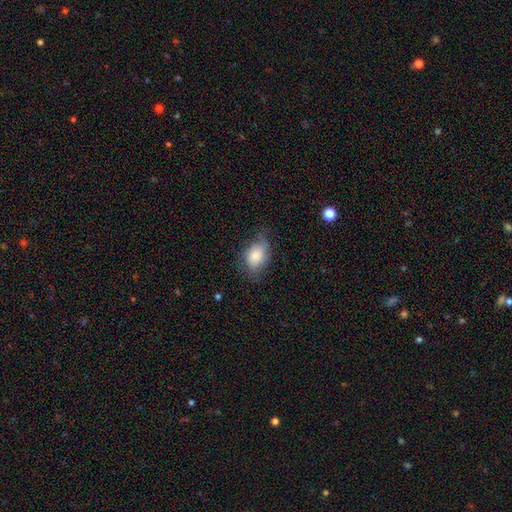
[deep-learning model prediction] A smooth galaxy with no disk features (80%) that is in between round and cigar-shaped (86%).

Vote fractions:
- Smooth or featured? smooth: 80% / featured or disk: 13% / star or artifact: 7%
- How rounded? in between: 86% / round: 13% / cigar-shaped: 2%
- Merging? none: 58% / minor disturbance: 30% / major disturbance: 10% / merger: 1%